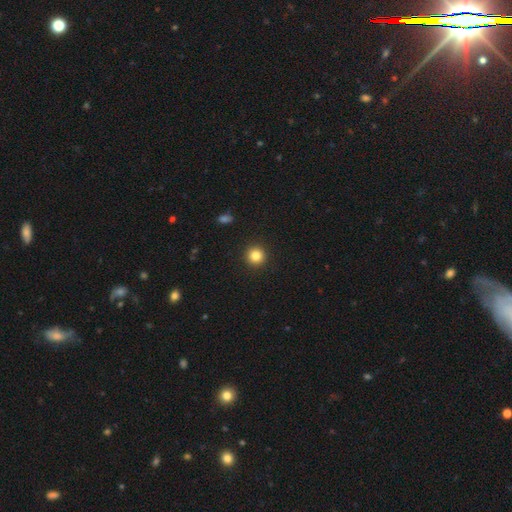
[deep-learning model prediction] Smooth or featured?
  - smooth: 84% *
  - star or artifact: 11%
  - featured or disk: 5%
How rounded?
  - round: 95% *
  - in between: 4%
  - cigar-shaped: 1%
Merging?
  - none: 93% *
  - minor disturbance: 4%
  - major disturbance: 2%
  - merger: 1%